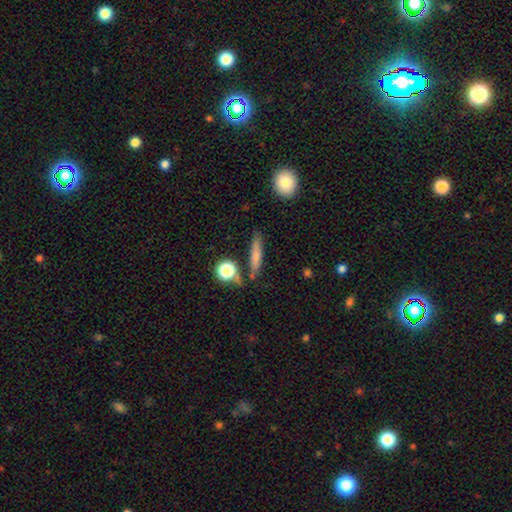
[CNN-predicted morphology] Smooth or featured: smooth — 72% (featured or disk — 18%)
How rounded: cigar-shaped — 82% (in between — 12%)
Merging: none — 77% (minor disturbance — 13%)